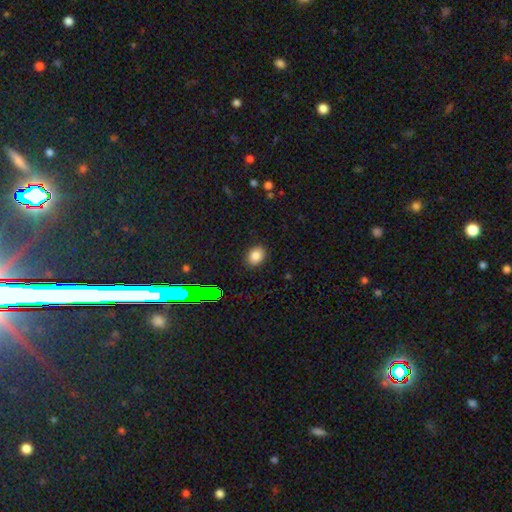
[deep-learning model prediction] Q: Smooth or featured?
A: smooth (81%); runner-up: star or artifact (13%)
Q: How rounded?
A: in between (58%); runner-up: round (41%)
Q: Merging?
A: none (88%); runner-up: minor disturbance (8%)